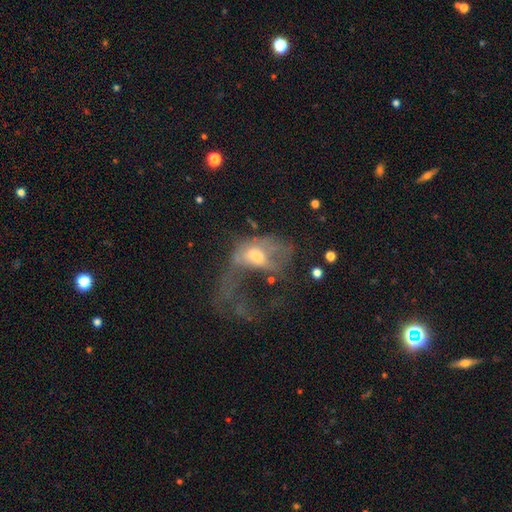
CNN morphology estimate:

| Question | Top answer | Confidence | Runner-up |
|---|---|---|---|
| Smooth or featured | featured or disk | 50% | smooth (38%) |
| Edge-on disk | no | 94% | yes (6%) |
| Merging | major disturbance | 71% | none (10%) |